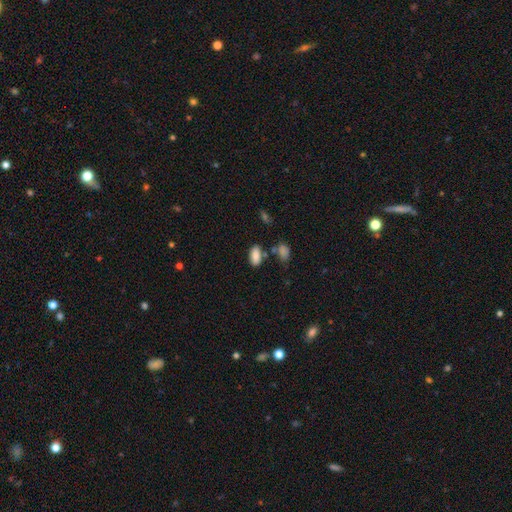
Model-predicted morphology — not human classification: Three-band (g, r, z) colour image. It shows a smooth galaxy with no disk features (85%) that is in between round and cigar-shaped (91%). Merging: none (70%).